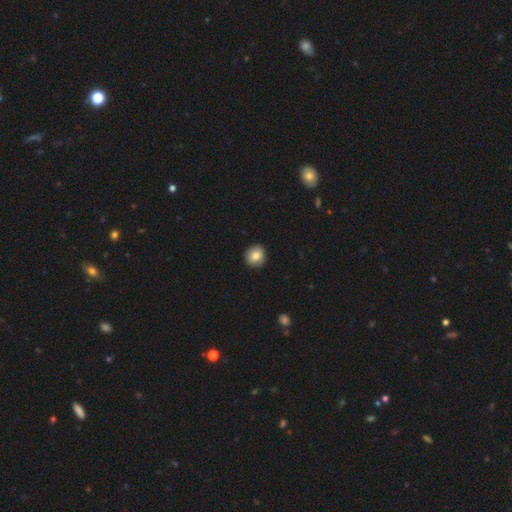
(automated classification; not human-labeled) smooth-or-featured: smooth: 84% | star or artifact: 9% | featured or disk: 7%
  how-rounded: round: 90% | in between: 9% | cigar-shaped: 1%
  merging: none: 91% | minor disturbance: 7% | major disturbance: 2% | merger: 1%